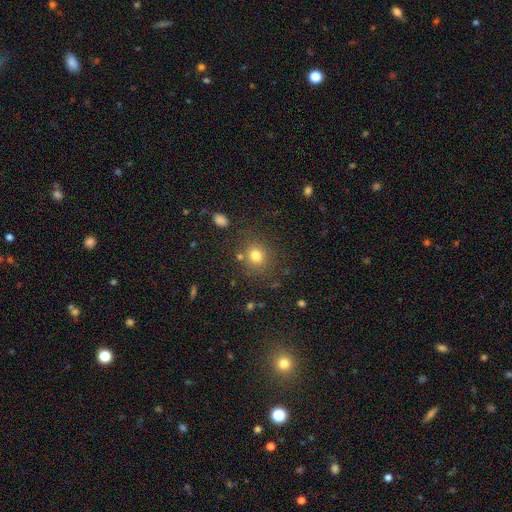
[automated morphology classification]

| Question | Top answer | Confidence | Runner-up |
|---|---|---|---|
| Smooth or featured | smooth | 78% | star or artifact (14%) |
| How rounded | round | 81% | in between (18%) |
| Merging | none | 80% | minor disturbance (10%) |